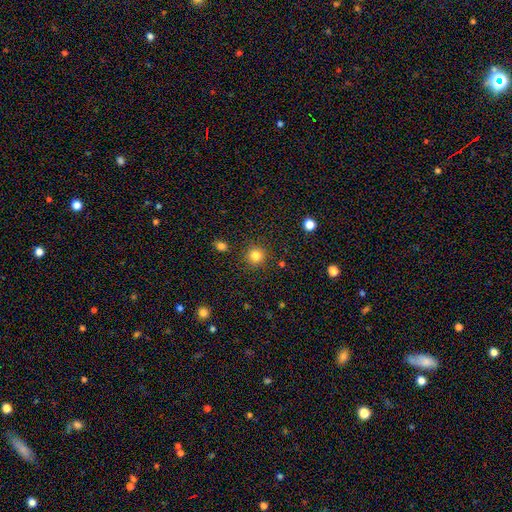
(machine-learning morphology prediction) This appears to be a smooth galaxy with no disk features (82%) that is round (94%). Merging: none (89%).